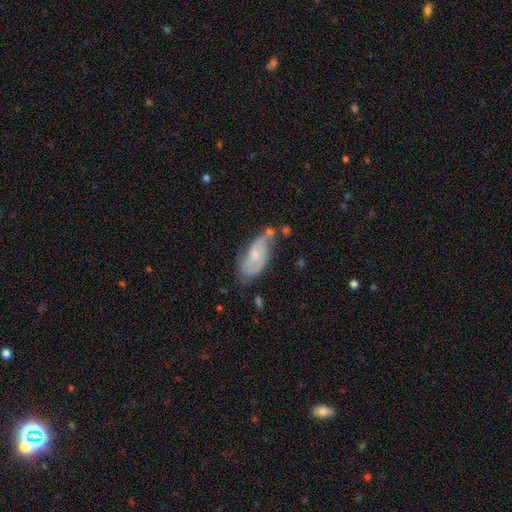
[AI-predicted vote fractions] Q: Smooth or featured?
A: featured or disk (55%); runner-up: smooth (38%)
Q: Edge-on disk?
A: no (91%); runner-up: yes (9%)
Q: Merging?
A: none (40%); runner-up: minor disturbance (33%)